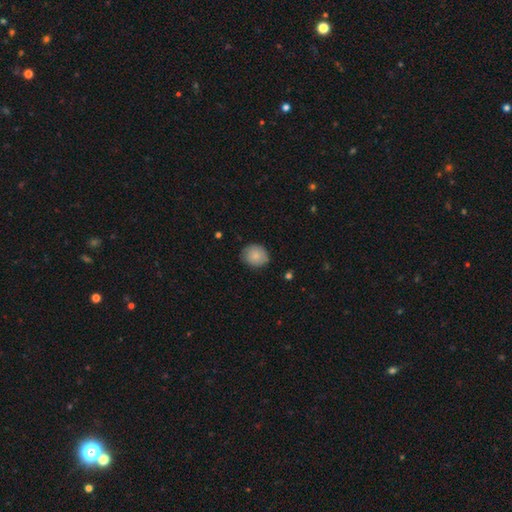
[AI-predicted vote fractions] Smooth or featured?
  - smooth: 83% *
  - featured or disk: 10%
  - star or artifact: 7%
How rounded?
  - round: 70% *
  - in between: 29%
  - cigar-shaped: 1%
Merging?
  - none: 80% *
  - minor disturbance: 16%
  - major disturbance: 3%
  - merger: 1%